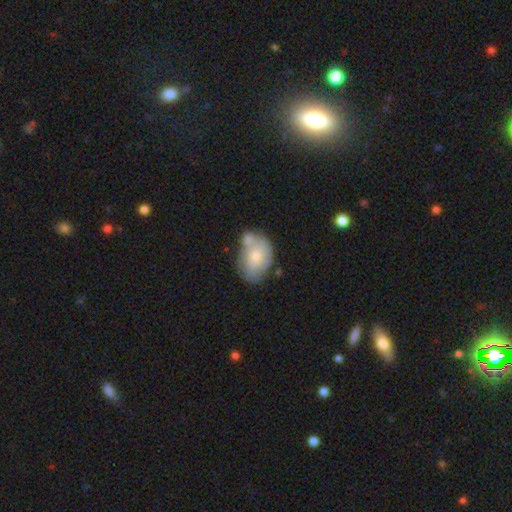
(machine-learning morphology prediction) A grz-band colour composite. It shows a smooth galaxy with no disk features (61%) that is in between round and cigar-shaped (82%). Merging: none (38%).